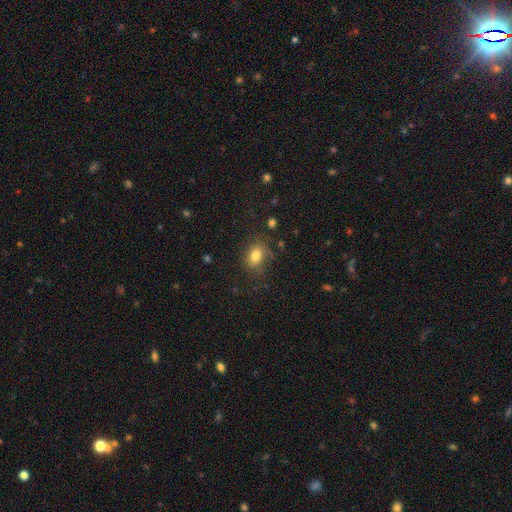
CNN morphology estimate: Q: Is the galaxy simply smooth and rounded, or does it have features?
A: smooth — 78%.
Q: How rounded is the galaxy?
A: in between — 60%.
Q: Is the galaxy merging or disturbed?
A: none — 68%.